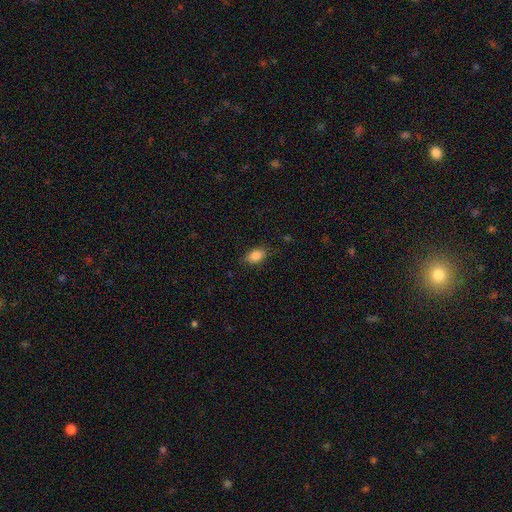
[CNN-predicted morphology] The model was most divided on "merging": none: 81%, minor disturbance: 15%, major disturbance: 4%, merger: 1%. More confident: smooth or featured — smooth (86%); how rounded — in between (85%).